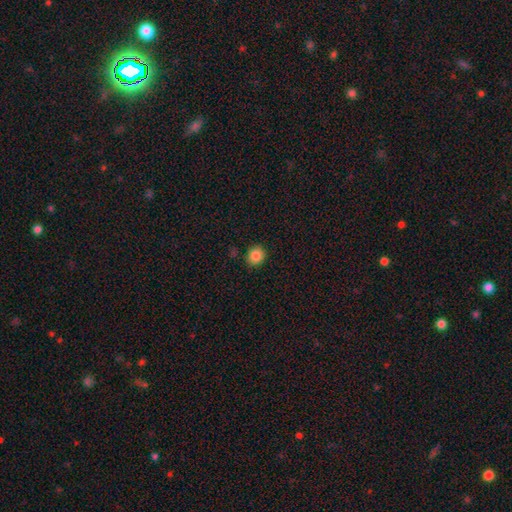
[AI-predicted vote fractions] Overall: smooth (85%). How rounded: round (84%). Merging: none (88%).